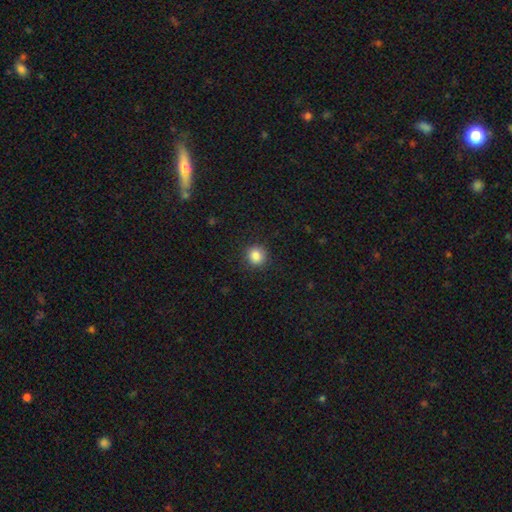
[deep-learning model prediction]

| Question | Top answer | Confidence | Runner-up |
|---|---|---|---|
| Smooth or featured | smooth | 86% | star or artifact (10%) |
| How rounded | round | 92% | in between (7%) |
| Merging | none | 91% | minor disturbance (6%) |